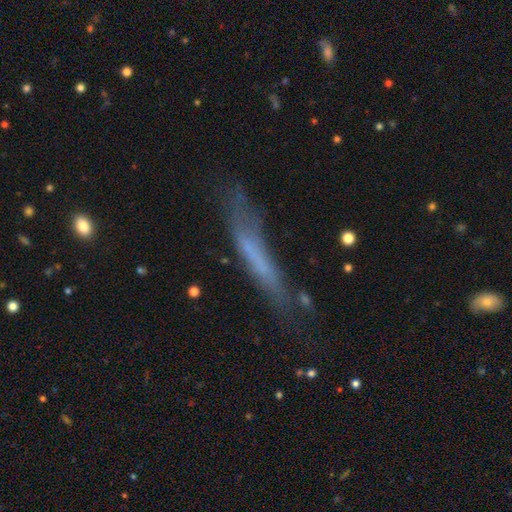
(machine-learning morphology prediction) Overall: smooth (47%; featured or disk 42%). Merging: none (60%; minor disturbance 25%).